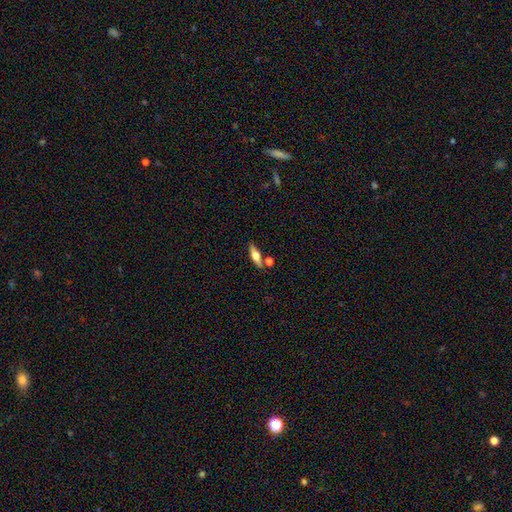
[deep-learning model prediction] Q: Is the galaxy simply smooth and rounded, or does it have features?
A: featured or disk — 49%.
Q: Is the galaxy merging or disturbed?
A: none — 76%.